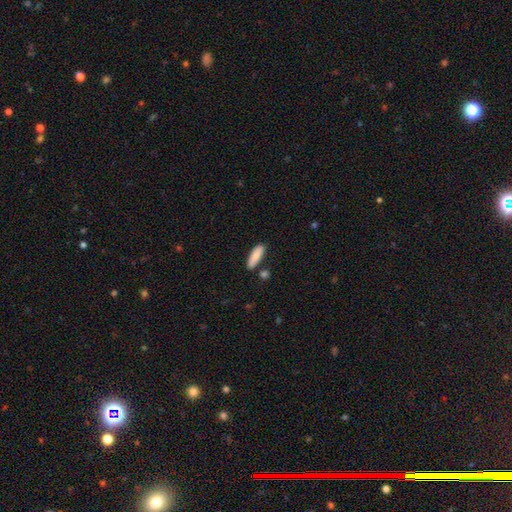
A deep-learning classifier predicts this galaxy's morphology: Smooth or featured: smooth — 87% (featured or disk — 7%)
How rounded: in between — 53% (cigar-shaped — 45%)
Merging: none — 80% (minor disturbance — 12%)